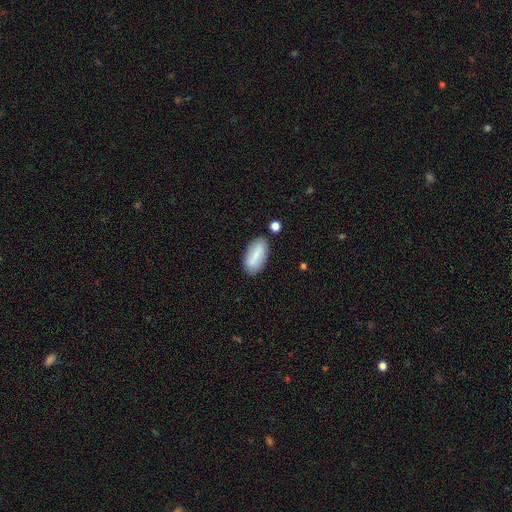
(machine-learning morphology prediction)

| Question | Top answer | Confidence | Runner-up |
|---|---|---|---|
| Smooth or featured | smooth | 73% | featured or disk (20%) |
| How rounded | in between | 82% | cigar-shaped (16%) |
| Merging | none | 81% | minor disturbance (12%) |